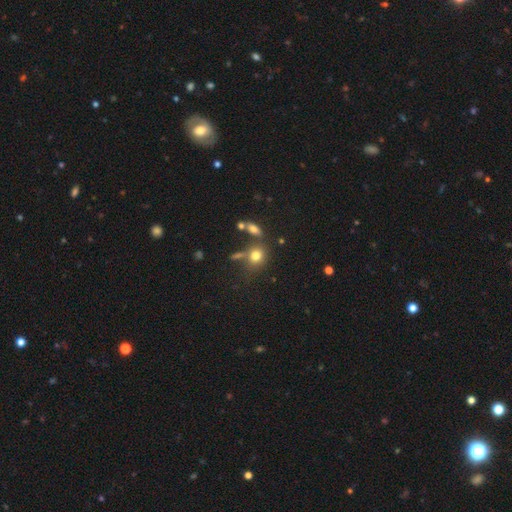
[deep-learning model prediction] smooth-or-featured: smooth: 76% | star or artifact: 13% | featured or disk: 11%
  how-rounded: round: 61% | in between: 37% | cigar-shaped: 2%
  merging: none: 59% | merger: 20% | minor disturbance: 14% | major disturbance: 7%